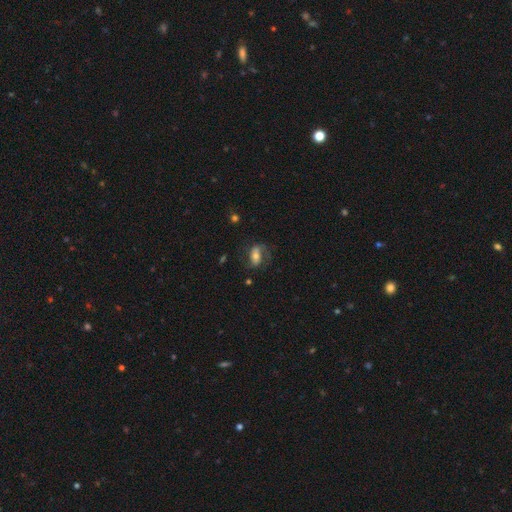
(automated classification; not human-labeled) smooth-or-featured: featured or disk: 49% | smooth: 43% | star or artifact: 9%
  merging: none: 59% | minor disturbance: 21% | major disturbance: 18% | merger: 2%